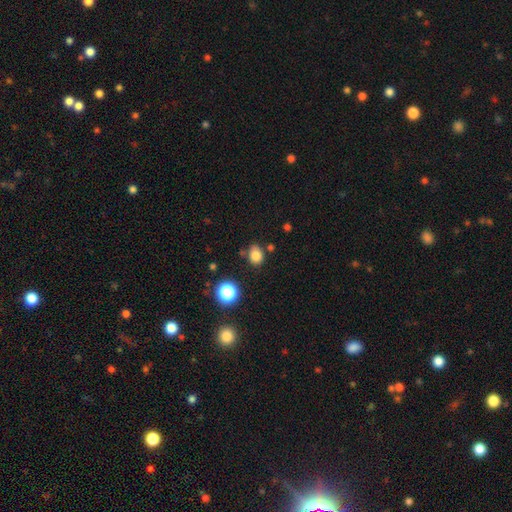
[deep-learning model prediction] smooth 81%, star or artifact 13%, featured or disk 6%. Down the decision tree: how rounded — in between (55%); merging — none (72%).